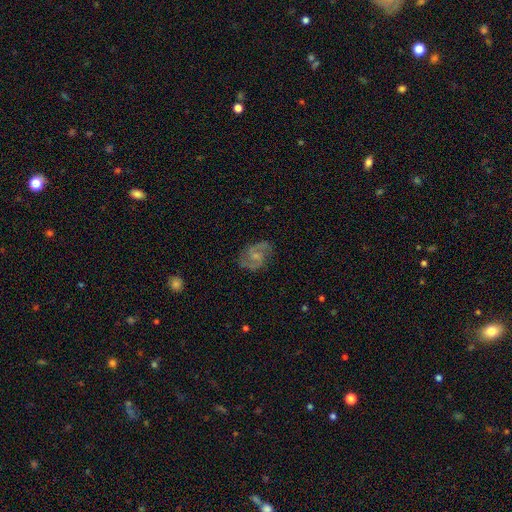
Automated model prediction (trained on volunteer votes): smooth_or_featured: featured or disk (p=0.80) [alt: smooth p=0.13]
disk_edge_on: no (p=0.98) [alt: yes p=0.02]
bar: no (p=0.46) [alt: weak p=0.45]
has_spiral_arms: yes (p=0.95) [alt: no p=0.05]
spiral_winding: medium (p=0.56) [alt: loose p=0.26]
spiral_arm_count: 2 (p=0.89) [alt: can't tell p=0.05]
bulge_size: small (p=0.52) [alt: moderate p=0.28]
merging: none (p=0.77) [alt: minor disturbance p=0.16]